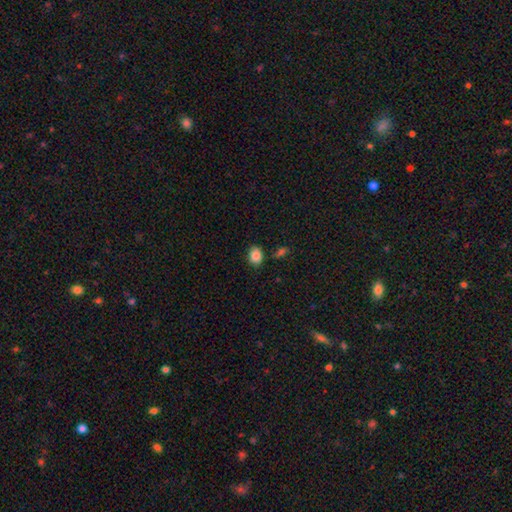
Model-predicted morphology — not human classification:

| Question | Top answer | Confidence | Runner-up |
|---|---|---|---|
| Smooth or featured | smooth | 87% | star or artifact (9%) |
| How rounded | in between | 62% | round (37%) |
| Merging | none | 81% | minor disturbance (11%) |